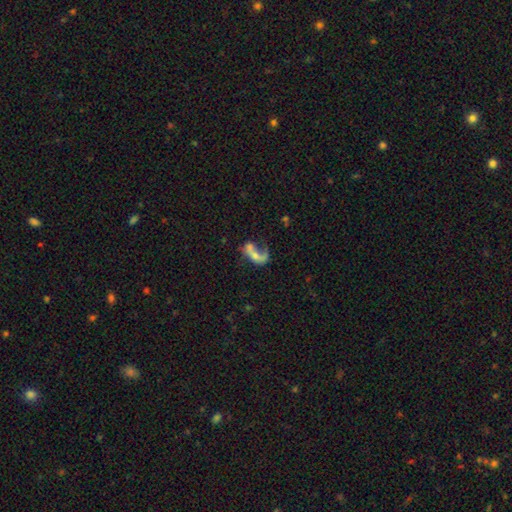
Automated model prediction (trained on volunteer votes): A featured or disk galaxy (54%).

Vote fractions:
- Smooth or featured? featured or disk: 54% / smooth: 36% / star or artifact: 11%
- Edge-on disk? no: 93% / yes: 7%
- Merging? major disturbance: 38% / merger: 25% / none: 23% / minor disturbance: 13%